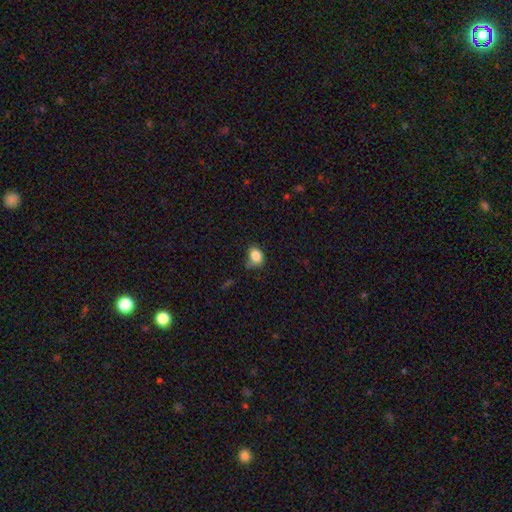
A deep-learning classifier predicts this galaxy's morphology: A smooth galaxy with no disk features (84%) that is in between round and cigar-shaped (57%). Merging: none (53%).